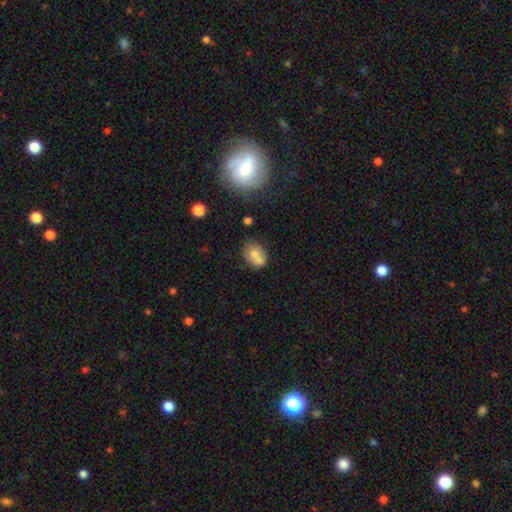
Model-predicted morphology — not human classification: Smooth or featured: smooth — 67% (featured or disk — 24%)
How rounded: in between — 54% (round — 45%)
Merging: merger — 45% (none — 36%)